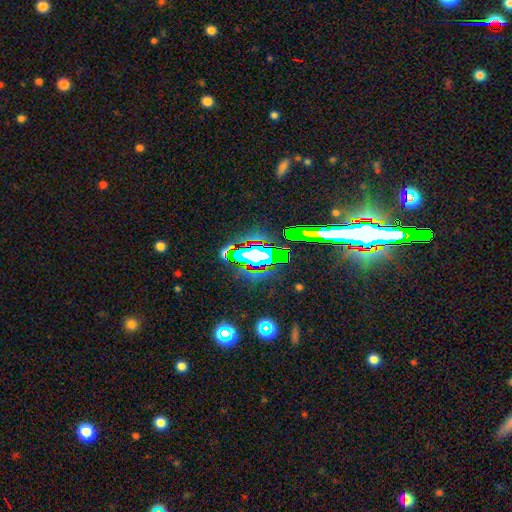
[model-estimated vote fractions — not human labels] Smooth or featured? star or artifact (51%)